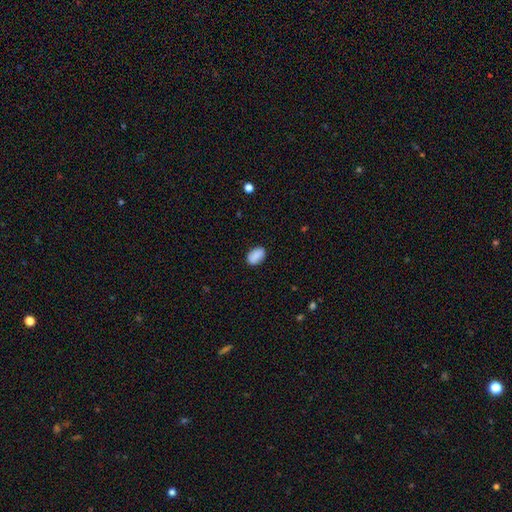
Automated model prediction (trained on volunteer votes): The model was most divided on "merging": none: 86%, minor disturbance: 11%, major disturbance: 2%, merger: 1%. More confident: how rounded — in between (89%); smooth or featured — smooth (88%).